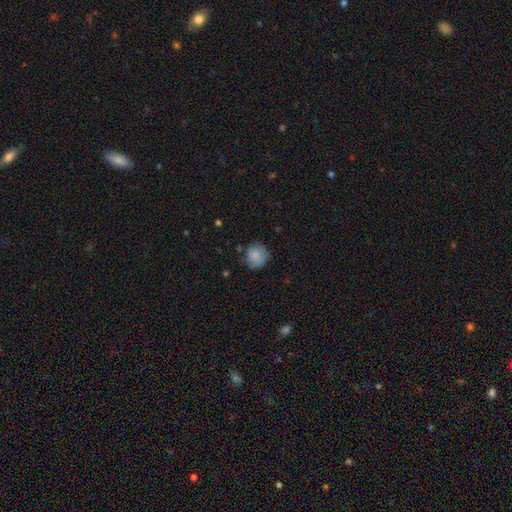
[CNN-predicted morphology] Q: Smooth or featured?
A: smooth (85%); runner-up: star or artifact (8%)
Q: How rounded?
A: round (88%); runner-up: in between (11%)
Q: Merging?
A: none (73%); runner-up: minor disturbance (21%)